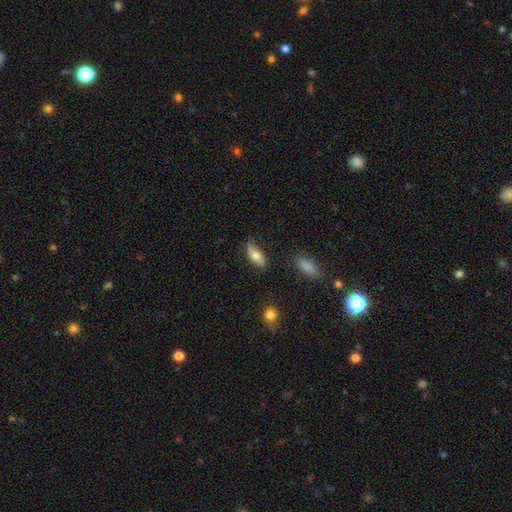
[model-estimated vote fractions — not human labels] Smooth or featured: smooth — 65% (featured or disk — 28%)
How rounded: in between — 75% (cigar-shaped — 21%)
Merging: none — 74% (minor disturbance — 19%)